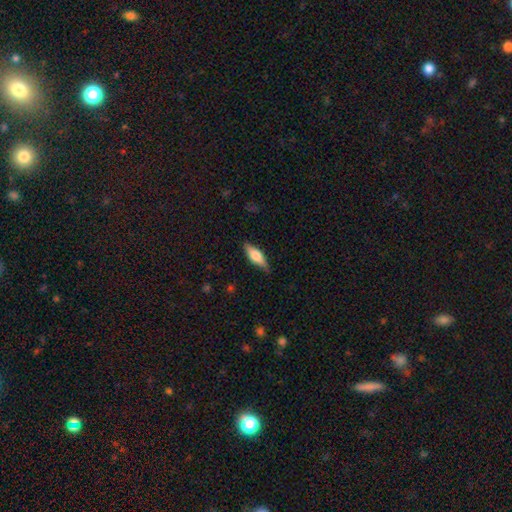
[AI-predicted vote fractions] smooth 65%, featured or disk 29%, star or artifact 6%. Down the decision tree: how rounded — in between (64%); merging — none (79%).